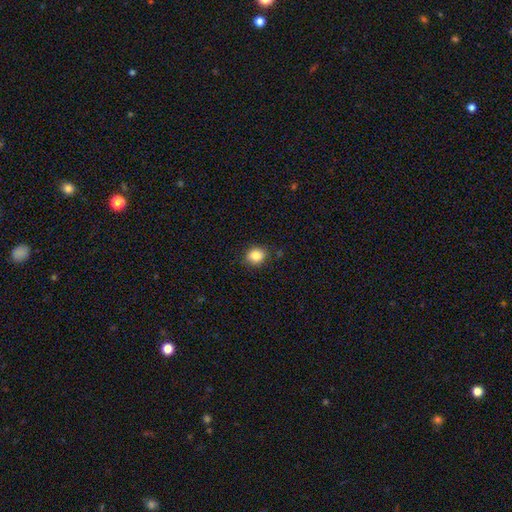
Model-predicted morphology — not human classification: A smooth galaxy with no disk features (85%) that is round (70%). Merging: none (85%).